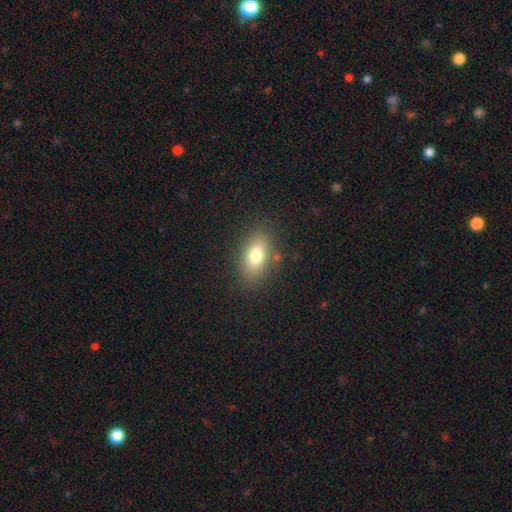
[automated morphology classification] The model was most divided on "smooth or featured": smooth: 75%, featured or disk: 15%, star or artifact: 10%. More confident: how rounded — in between (84%); merging — none (83%).